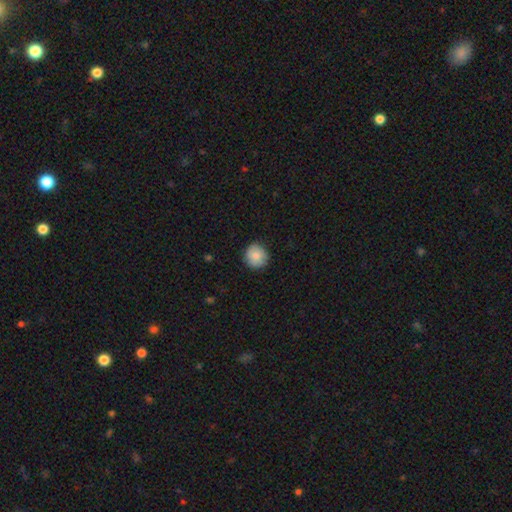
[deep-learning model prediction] This appears to be a smooth galaxy with no disk features (85%) that is round (91%). Merging: none (88%).